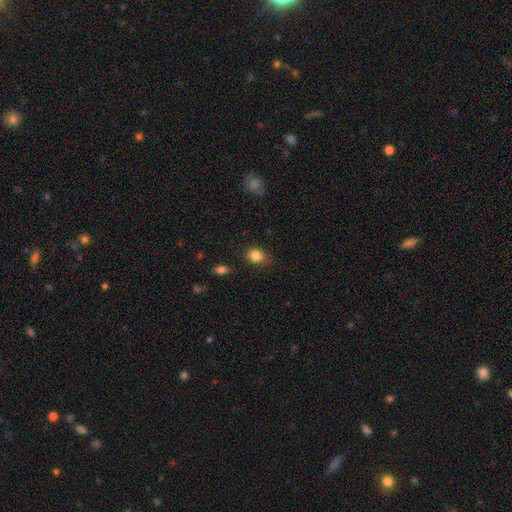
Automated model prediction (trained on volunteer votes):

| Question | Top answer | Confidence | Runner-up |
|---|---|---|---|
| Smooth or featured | smooth | 84% | star or artifact (10%) |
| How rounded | round | 62% | in between (37%) |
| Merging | none | 74% | minor disturbance (20%) |